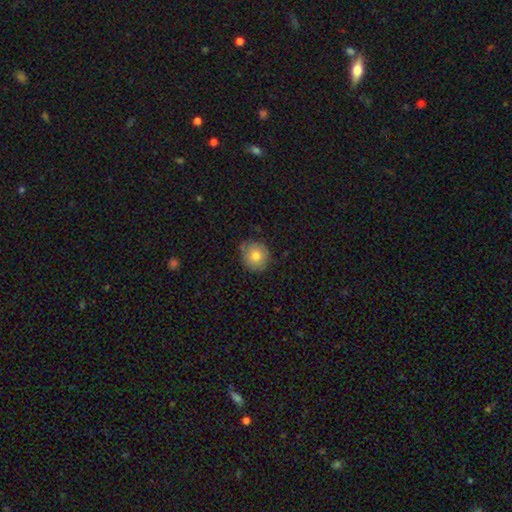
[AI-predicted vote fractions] Smooth or featured?
  - smooth: 79% *
  - featured or disk: 12%
  - star or artifact: 9%
How rounded?
  - round: 90% *
  - in between: 9%
  - cigar-shaped: 1%
Merging?
  - none: 76% *
  - minor disturbance: 18%
  - major disturbance: 3%
  - merger: 2%